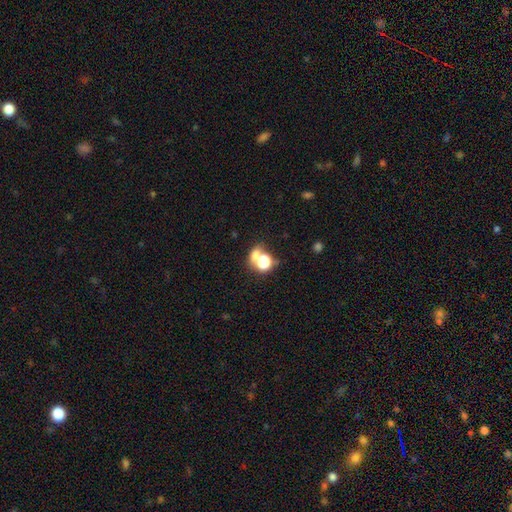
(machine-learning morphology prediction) A smooth galaxy with no disk features (59%) that is round (69%). Merging: none (48%).